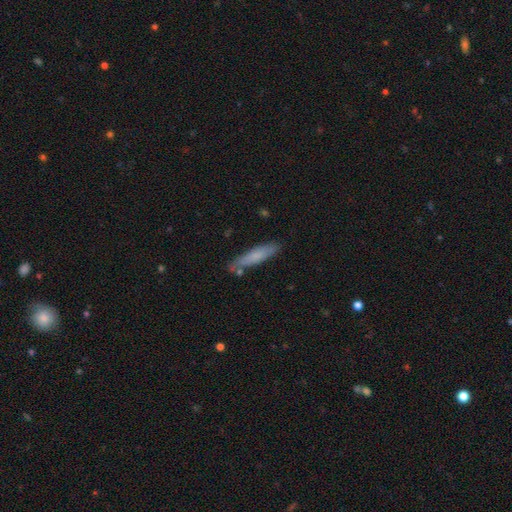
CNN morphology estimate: A smooth galaxy with no disk features (70%) that is cigar-shaped (85%). Merging: none (77%).